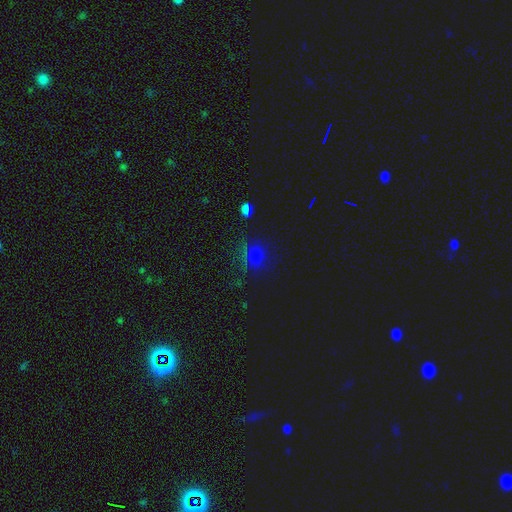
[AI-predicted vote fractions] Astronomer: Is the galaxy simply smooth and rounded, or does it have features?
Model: smooth — 51% (runner-up: star or artifact, 42%).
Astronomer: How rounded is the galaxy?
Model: round — 76%.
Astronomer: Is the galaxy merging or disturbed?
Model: none — 76%.